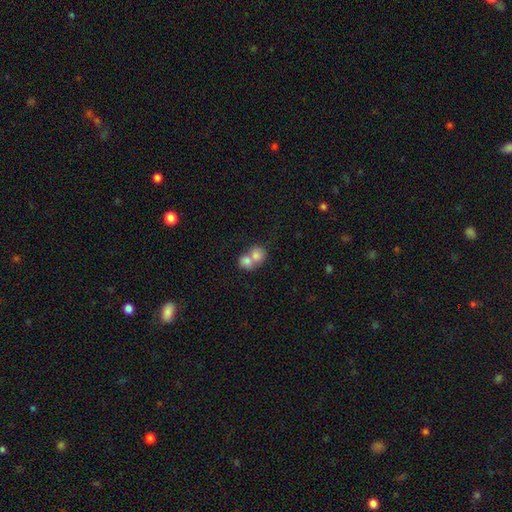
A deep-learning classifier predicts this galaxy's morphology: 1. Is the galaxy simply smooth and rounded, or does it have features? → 76% smooth, 15% featured or disk, 9% star or artifact.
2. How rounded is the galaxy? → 66% round, 33% in between, 1% cigar-shaped.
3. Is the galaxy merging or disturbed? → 73% merger, 20% none, 5% minor disturbance, 3% major disturbance.